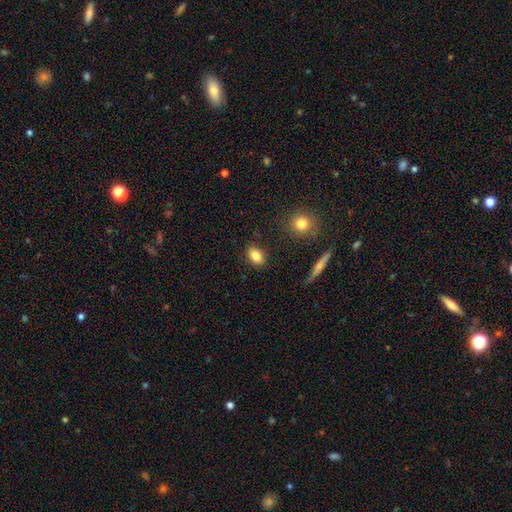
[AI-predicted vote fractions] smooth_or_featured: smooth (p=0.83) [alt: star or artifact p=0.09]
how_rounded: in between (p=0.81) [alt: round p=0.16]
merging: none (p=0.86) [alt: minor disturbance p=0.09]